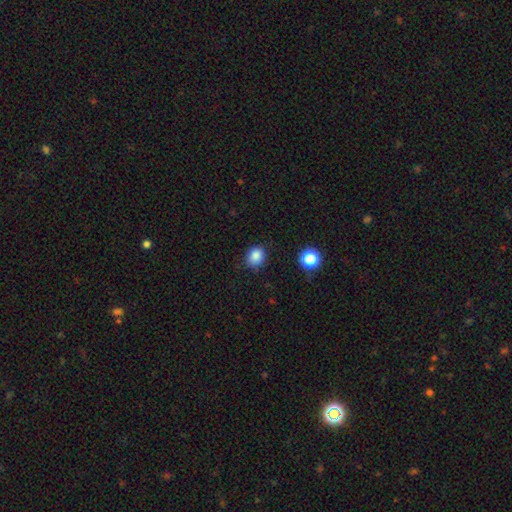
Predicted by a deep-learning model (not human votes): Q: Smooth or featured?
A: smooth (85%); runner-up: star or artifact (11%)
Q: How rounded?
A: round (69%); runner-up: in between (31%)
Q: Merging?
A: none (80%); runner-up: minor disturbance (15%)